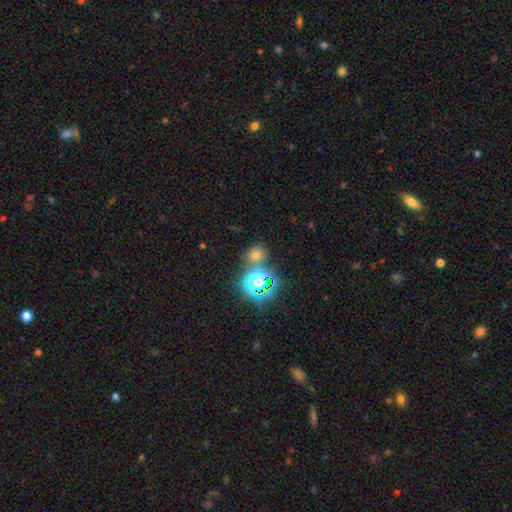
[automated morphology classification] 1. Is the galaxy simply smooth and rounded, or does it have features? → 57% smooth, 34% star or artifact, 8% featured or disk.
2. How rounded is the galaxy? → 76% round, 23% in between, 1% cigar-shaped.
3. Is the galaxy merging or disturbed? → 69% none, 17% merger, 10% minor disturbance, 4% major disturbance.